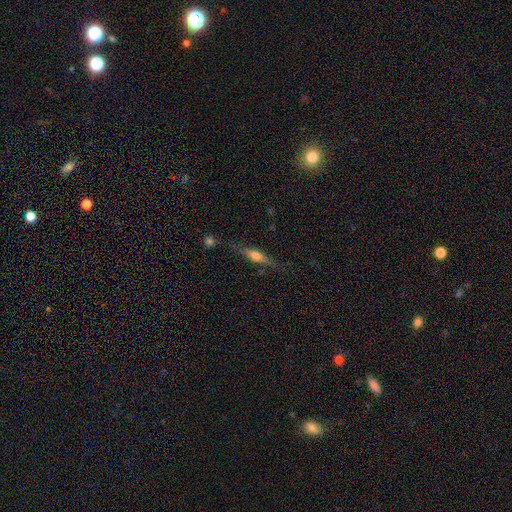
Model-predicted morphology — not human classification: This is possibly a featured or disk galaxy (47%). Merging: likely none (72%).